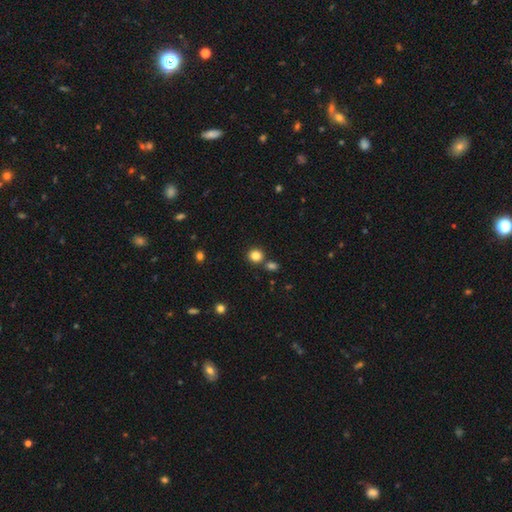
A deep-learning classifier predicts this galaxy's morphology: Overall: smooth (84%). How rounded: round (87%). Merging: none (77%).